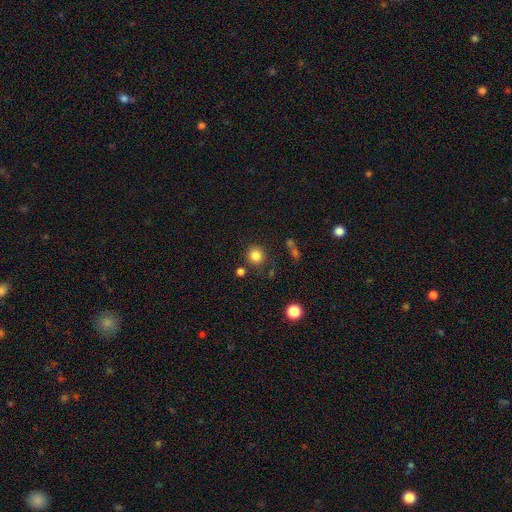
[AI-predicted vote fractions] A smooth galaxy with no disk features (83%) that is round (91%).

Vote fractions:
- Smooth or featured? smooth: 83% / star or artifact: 12% / featured or disk: 5%
- How rounded? round: 91% / in between: 8% / cigar-shaped: 1%
- Merging? none: 82% / minor disturbance: 9% / merger: 5% / major disturbance: 3%